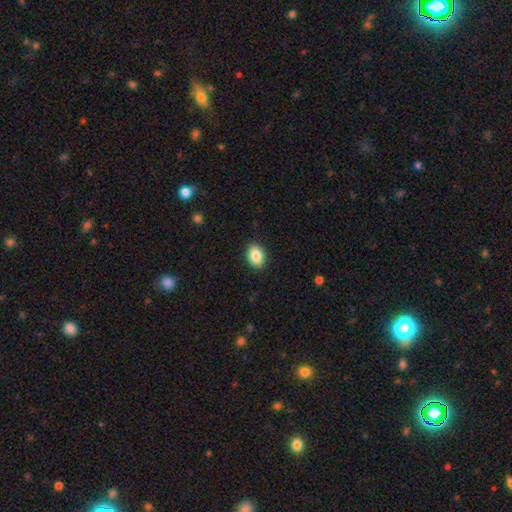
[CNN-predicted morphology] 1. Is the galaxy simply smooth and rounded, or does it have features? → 86% smooth, 8% star or artifact, 6% featured or disk.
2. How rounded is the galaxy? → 81% in between, 18% round, 1% cigar-shaped.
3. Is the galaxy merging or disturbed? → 89% none, 8% minor disturbance, 2% major disturbance, 1% merger.